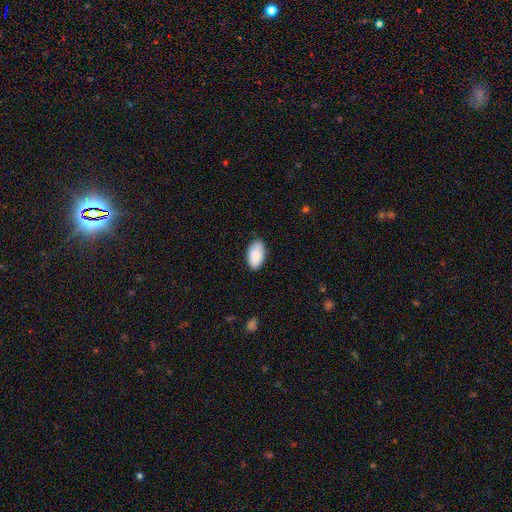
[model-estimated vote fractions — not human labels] A smooth galaxy with no disk features (87%) that is in between round and cigar-shaped (95%). Merging: none (83%).